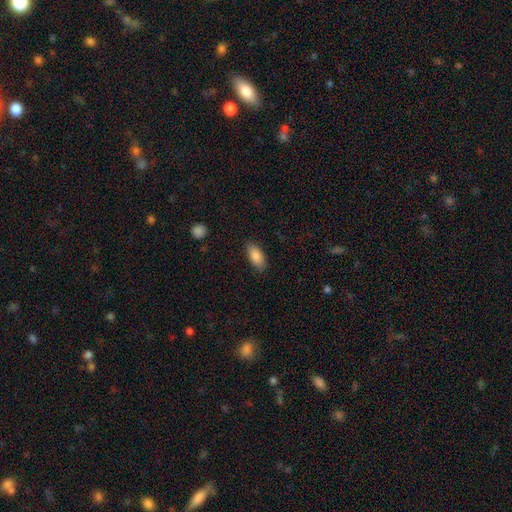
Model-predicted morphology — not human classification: Smooth or featured? Predicted: smooth (p=0.87). How rounded? Predicted: in between (p=0.89). Merging? Predicted: none (p=0.86).